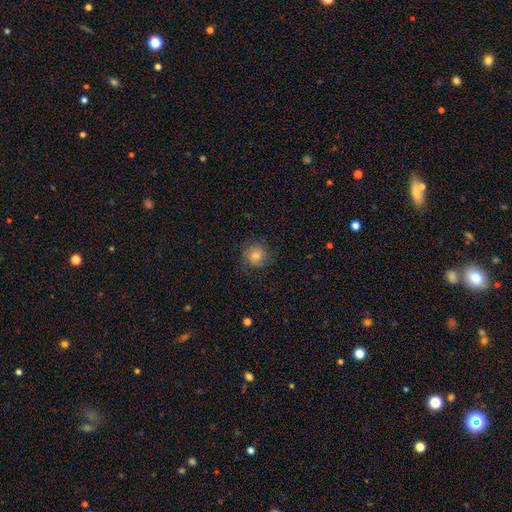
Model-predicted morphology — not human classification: smooth-or-featured: smooth: 73% | featured or disk: 14% | star or artifact: 13%
  how-rounded: round: 89% | in between: 10% | cigar-shaped: 1%
  merging: none: 80% | minor disturbance: 14% | major disturbance: 5% | merger: 1%